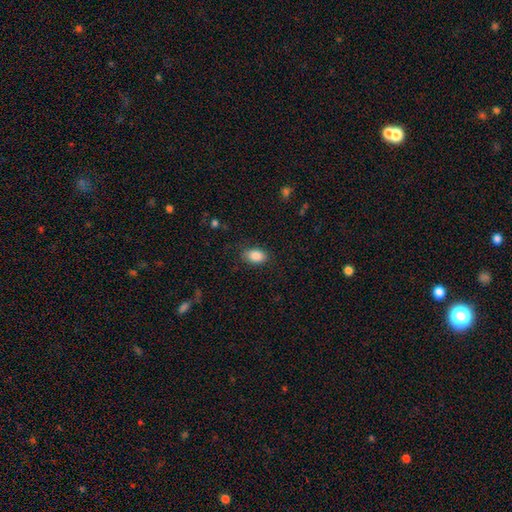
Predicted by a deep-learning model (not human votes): Q: Smooth or featured?
A: smooth (87%); runner-up: star or artifact (8%)
Q: How rounded?
A: in between (87%); runner-up: round (11%)
Q: Merging?
A: none (83%); runner-up: minor disturbance (12%)